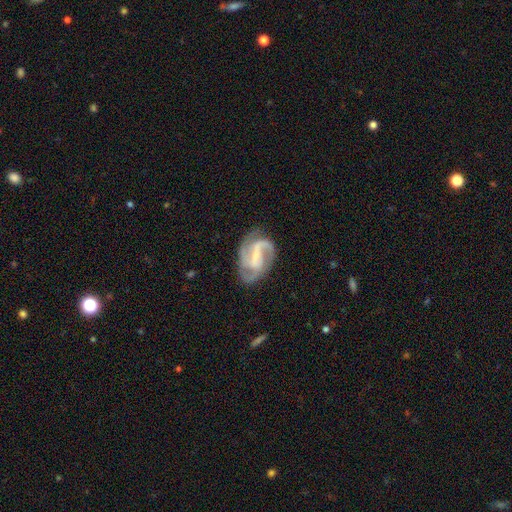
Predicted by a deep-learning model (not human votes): A featured or disk galaxy (86%) with a weak bar (46%), 2 (48%) medium (51%) spiral arms (96%) and a small central bulge (45%). Merging: none (63%).